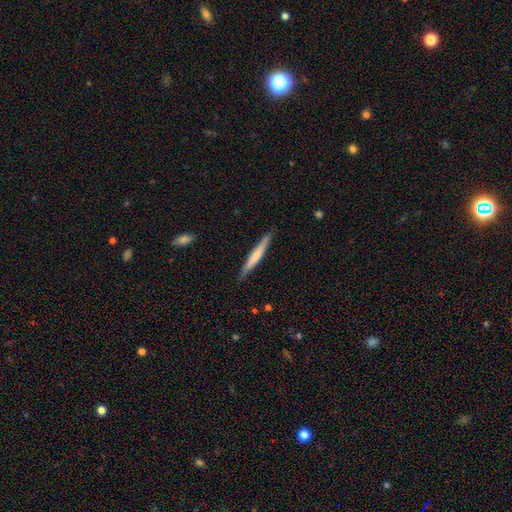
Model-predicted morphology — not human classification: This appears to be a smooth galaxy with no disk features (58%) that is cigar-shaped (96%). Merging: none (87%).